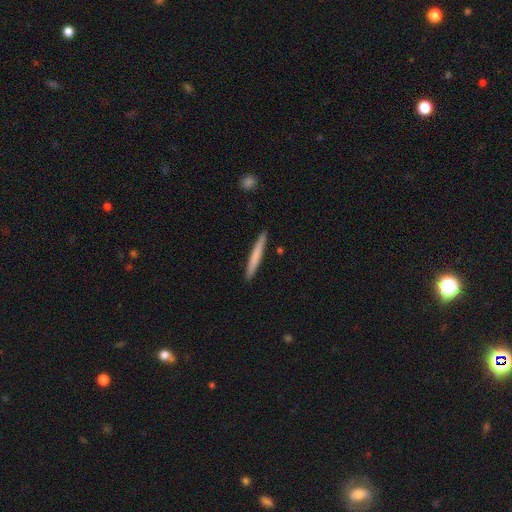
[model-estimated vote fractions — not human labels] A smooth galaxy with no disk features (70%) that is cigar-shaped (97%).

Vote fractions:
- Smooth or featured? smooth: 70% / featured or disk: 24% / star or artifact: 5%
- How rounded? cigar-shaped: 97% / in between: 2% / round: 1%
- Merging? none: 91% / minor disturbance: 6% / merger: 1% / major disturbance: 1%